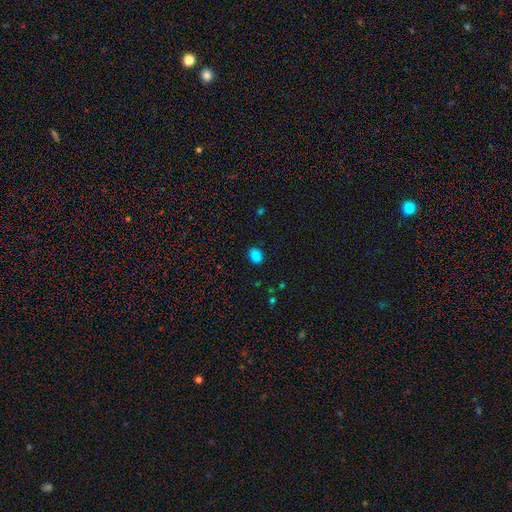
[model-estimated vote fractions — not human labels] Q: Smooth or featured?
A: smooth (86%); runner-up: star or artifact (11%)
Q: How rounded?
A: in between (52%); runner-up: round (47%)
Q: Merging?
A: none (88%); runner-up: minor disturbance (8%)